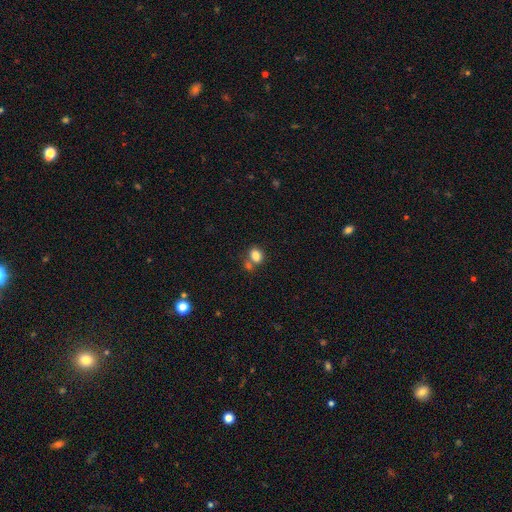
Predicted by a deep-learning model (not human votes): Smooth or featured?
  - smooth: 82% *
  - star or artifact: 11%
  - featured or disk: 7%
How rounded?
  - in between: 56% *
  - round: 43%
  - cigar-shaped: 1%
Merging?
  - none: 52% *
  - merger: 32%
  - minor disturbance: 12%
  - major disturbance: 4%